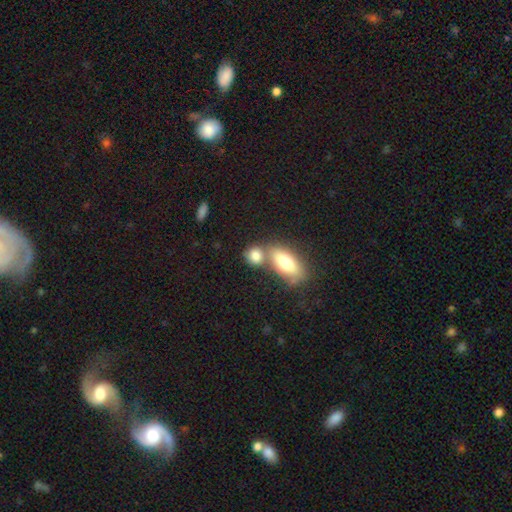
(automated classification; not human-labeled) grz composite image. It shows a smooth galaxy with no disk features (82%) that is in between round and cigar-shaped (49%). Merging: none (45%).